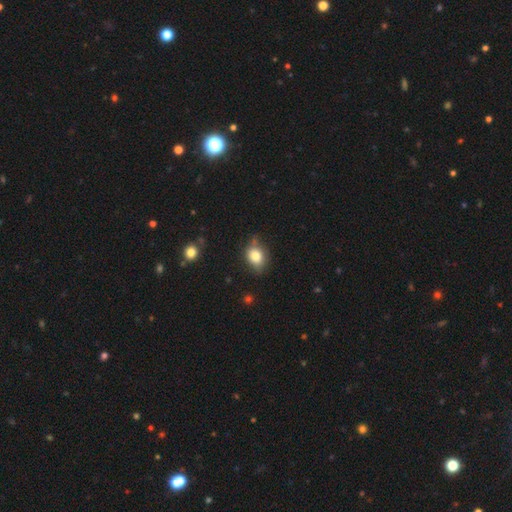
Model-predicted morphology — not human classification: This appears to be a smooth galaxy with no disk features (81%) that is in between round and cigar-shaped (62%). Merging: none (67%).